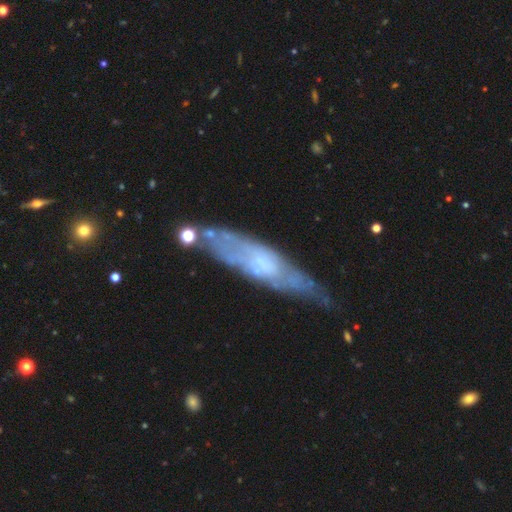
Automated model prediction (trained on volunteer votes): A featured or disk galaxy (67%) viewed edge-on (56%).

Vote fractions:
- Smooth or featured? featured or disk: 67% / smooth: 24% / star or artifact: 8%
- Edge-on disk? yes: 56% / no: 44%
- Merging? none: 62% / minor disturbance: 25% / major disturbance: 8% / merger: 5%